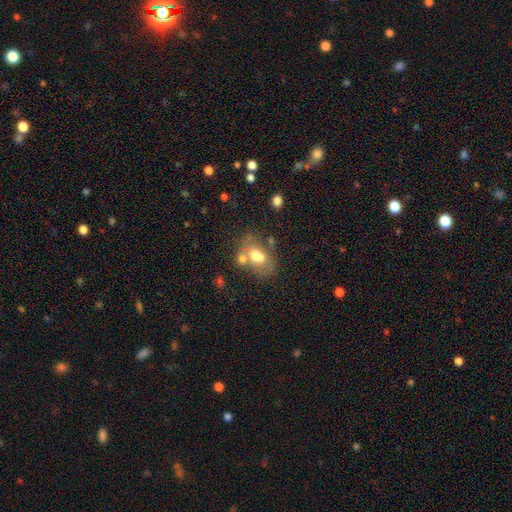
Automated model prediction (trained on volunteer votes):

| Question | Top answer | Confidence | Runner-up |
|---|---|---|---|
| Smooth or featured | smooth | 58% | featured or disk (32%) |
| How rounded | in between | 73% | round (25%) |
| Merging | merger | 39% | none (36%) |